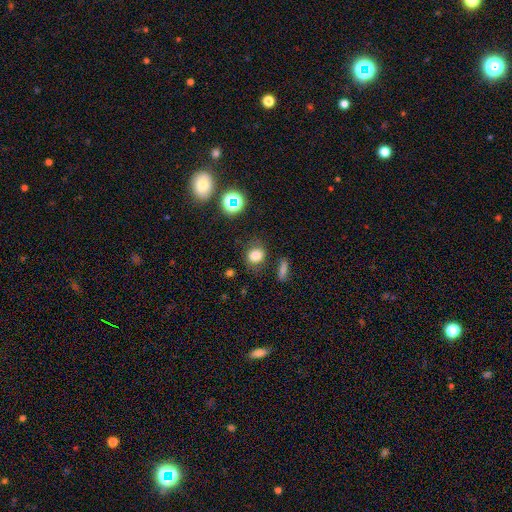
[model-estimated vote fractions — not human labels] smooth 77%, star or artifact 15%, featured or disk 8%. Down the decision tree: how rounded — round (59%); merging — none (73%).